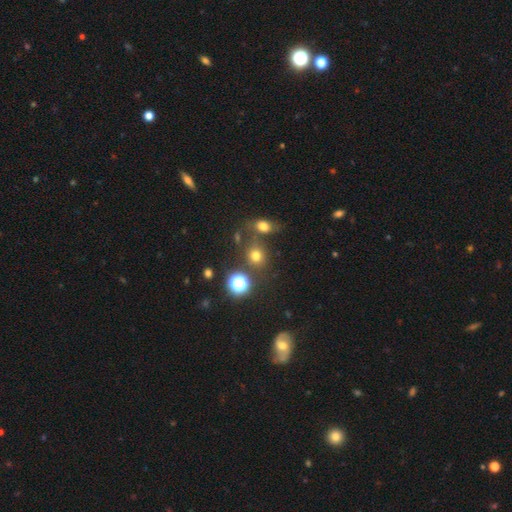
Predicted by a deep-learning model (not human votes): A smooth galaxy with no disk features (69%) that is round (77%). Merging: none (67%).